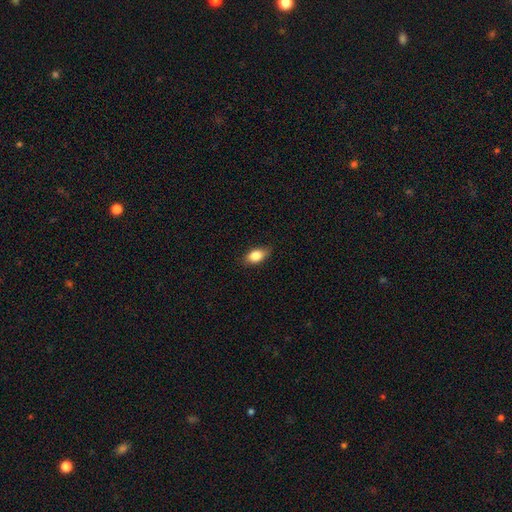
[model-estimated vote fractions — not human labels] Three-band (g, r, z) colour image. It shows a smooth galaxy with no disk features (83%) that is in between round and cigar-shaped (85%). Merging: none (81%).